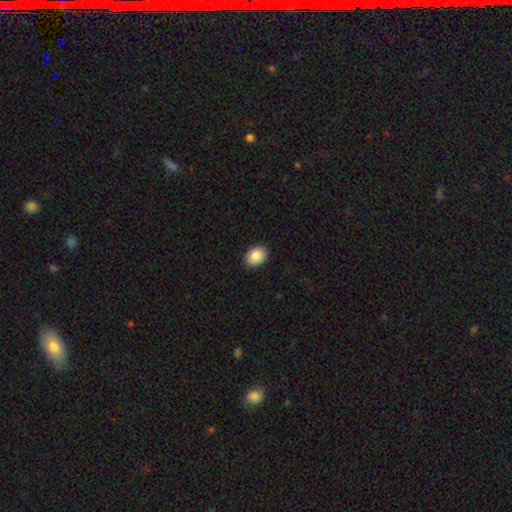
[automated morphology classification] type=smooth (89%); roundness=in between (70%); merging=none (90%).